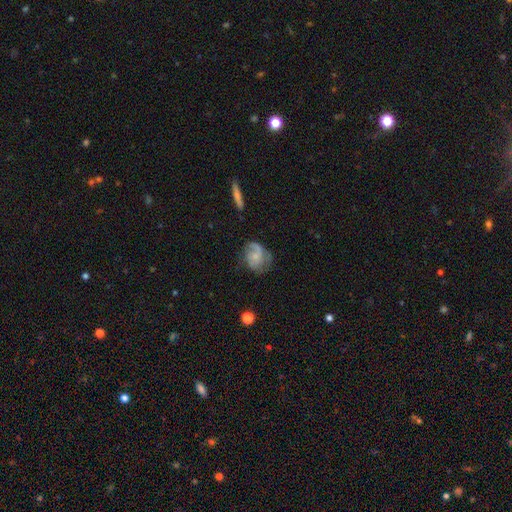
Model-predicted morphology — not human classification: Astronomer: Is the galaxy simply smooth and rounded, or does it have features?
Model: featured or disk — 58% (runner-up: smooth, 35%).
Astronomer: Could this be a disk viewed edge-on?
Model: no — 97%.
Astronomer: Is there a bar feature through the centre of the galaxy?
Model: no — 72%.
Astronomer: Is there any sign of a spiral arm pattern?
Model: yes — 84%.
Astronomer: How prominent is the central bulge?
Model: small — 64%.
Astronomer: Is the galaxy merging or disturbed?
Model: none — 50% (runner-up: minor disturbance, 26%).